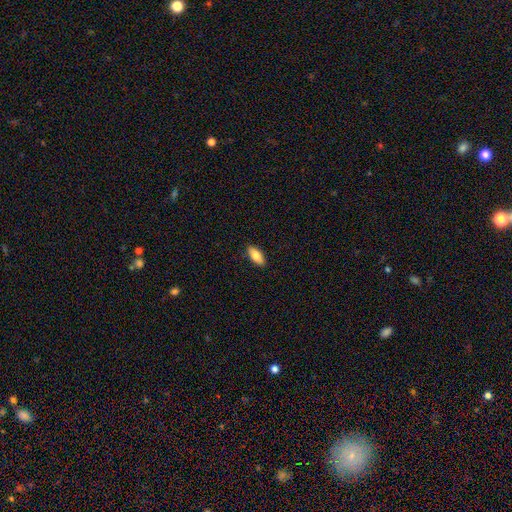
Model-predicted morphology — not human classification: Overall: smooth (80%). How rounded: in between (85%). Merging: none (89%).